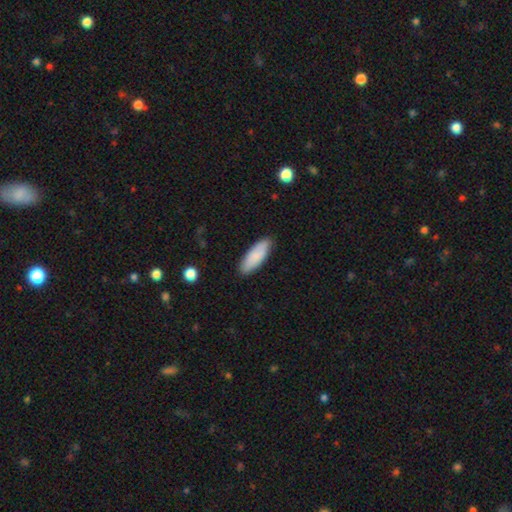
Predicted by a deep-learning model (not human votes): This is clearly a smooth galaxy (87%). How rounded: likely in between (67%). Merging: clearly none (87%).